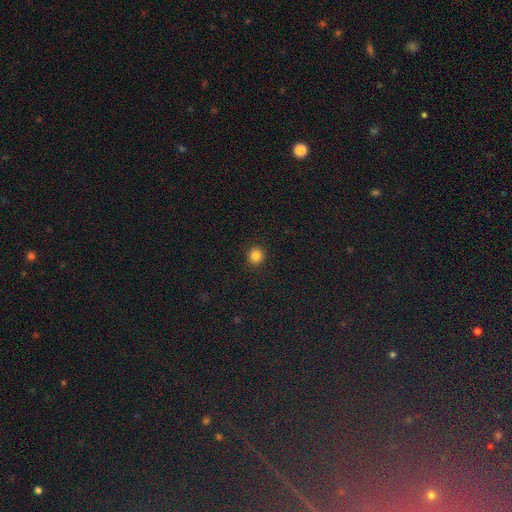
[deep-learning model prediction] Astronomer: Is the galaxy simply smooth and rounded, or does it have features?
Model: smooth — 84%.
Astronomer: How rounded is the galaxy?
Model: round — 91%.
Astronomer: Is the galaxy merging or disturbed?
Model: none — 92%.